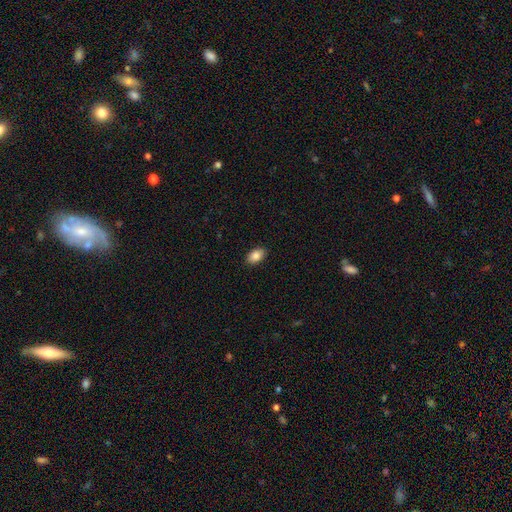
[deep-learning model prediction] smooth-or-featured: smooth: 87% | star or artifact: 7% | featured or disk: 6%
  how-rounded: in between: 90% | round: 9% | cigar-shaped: 1%
  merging: none: 90% | minor disturbance: 8% | major disturbance: 2% | merger: 1%